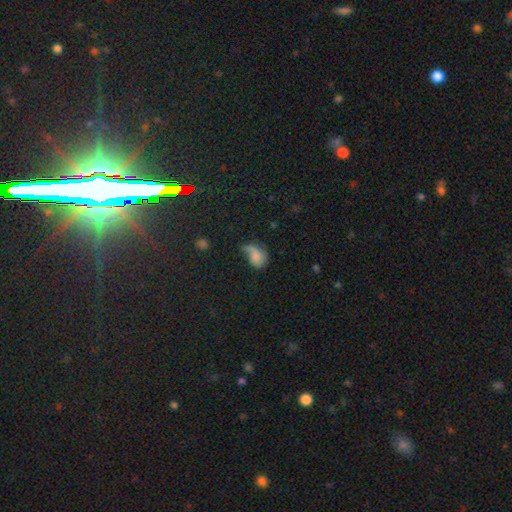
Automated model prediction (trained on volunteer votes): Morphology: type=smooth (62%); roundness=in between (74%); merging=major disturbance (36%).